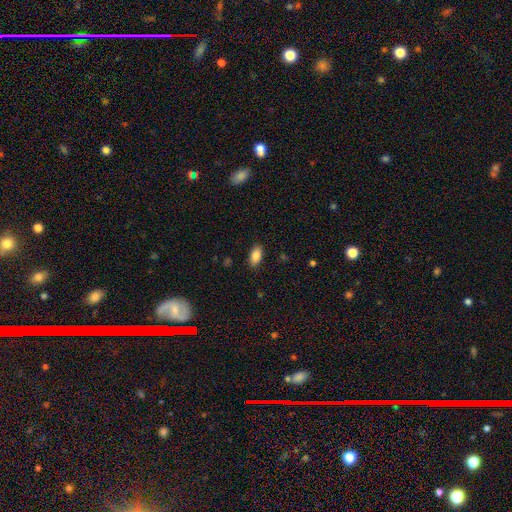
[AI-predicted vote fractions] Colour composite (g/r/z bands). It shows a smooth galaxy with no disk features (86%) that is in between round and cigar-shaped (92%). Merging: none (87%).